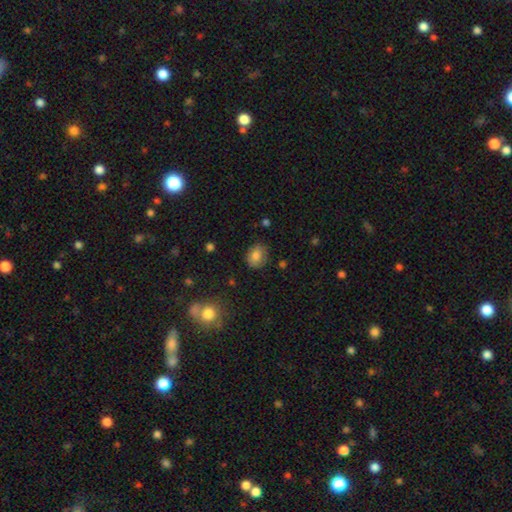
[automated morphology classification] A smooth galaxy with no disk features (81%) that is round (55%). Merging: none (78%).